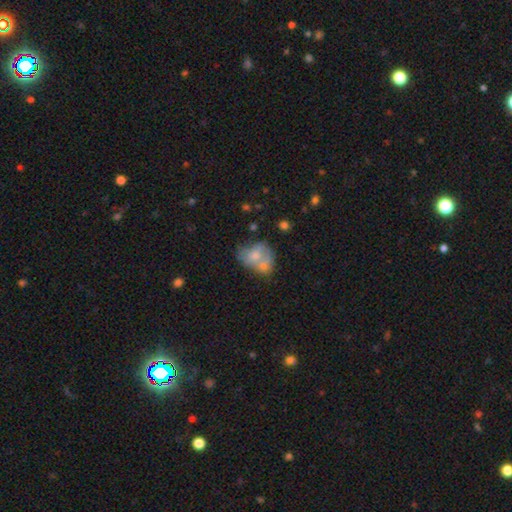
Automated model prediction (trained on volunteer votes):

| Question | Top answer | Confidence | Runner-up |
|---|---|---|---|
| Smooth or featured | smooth | 61% | featured or disk (31%) |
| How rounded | in between | 60% | round (38%) |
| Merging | merger | 55% | none (21%) |